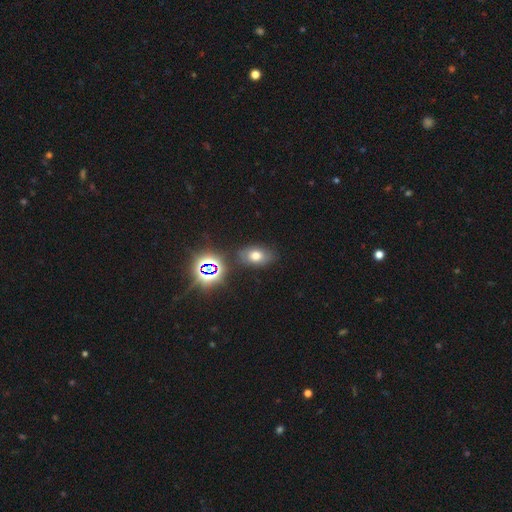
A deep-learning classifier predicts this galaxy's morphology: A smooth galaxy with no disk features (60%) that is in between round and cigar-shaped (83%).

Vote fractions:
- Smooth or featured? smooth: 60% / star or artifact: 24% / featured or disk: 16%
- How rounded? in between: 83% / round: 15% / cigar-shaped: 2%
- Merging? none: 80% / minor disturbance: 13% / major disturbance: 4% / merger: 4%